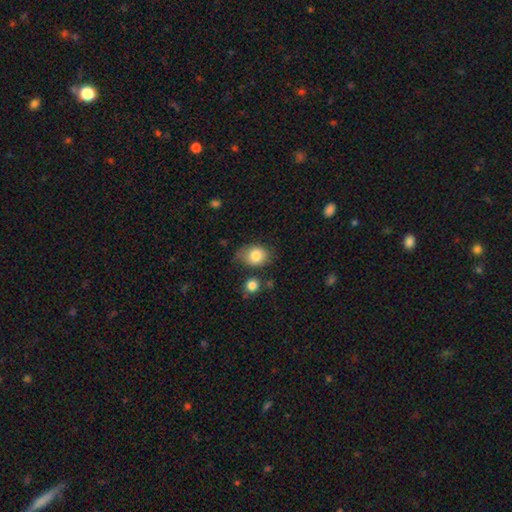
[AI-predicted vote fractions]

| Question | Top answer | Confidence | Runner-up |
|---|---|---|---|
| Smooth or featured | smooth | 83% | featured or disk (9%) |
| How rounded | in between | 53% | round (46%) |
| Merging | none | 62% | minor disturbance (25%) |